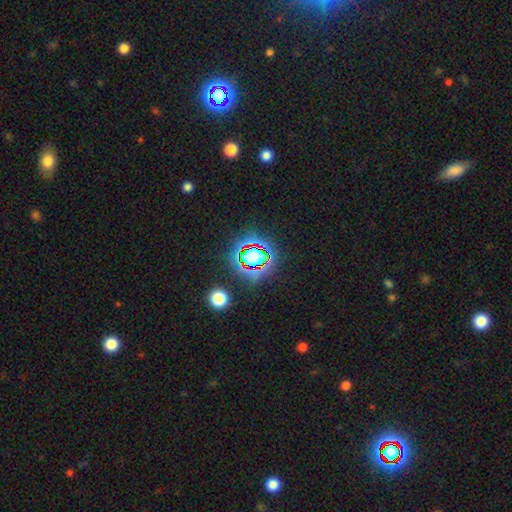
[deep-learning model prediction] Morphology: type=star or artifact (67%).